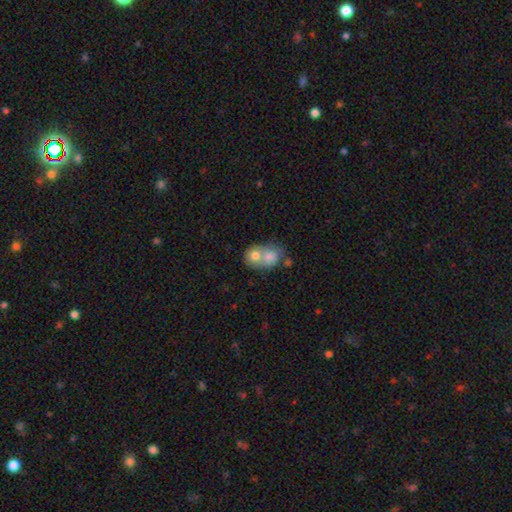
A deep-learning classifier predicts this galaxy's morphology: Smooth or featured? Predicted: smooth (p=0.72). How rounded? Predicted: round (p=0.55). Merging? Predicted: merger (p=0.71).